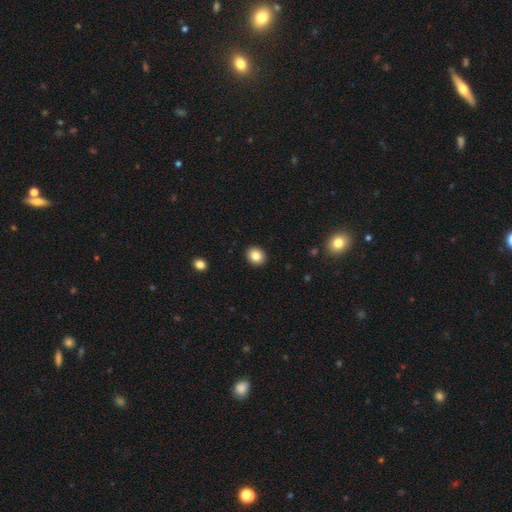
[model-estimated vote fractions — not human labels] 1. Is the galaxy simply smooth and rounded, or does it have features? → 83% smooth, 10% star or artifact, 7% featured or disk.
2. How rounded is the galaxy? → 74% round, 26% in between, 1% cigar-shaped.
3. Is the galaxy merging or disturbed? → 92% none, 5% minor disturbance, 2% major disturbance, 1% merger.